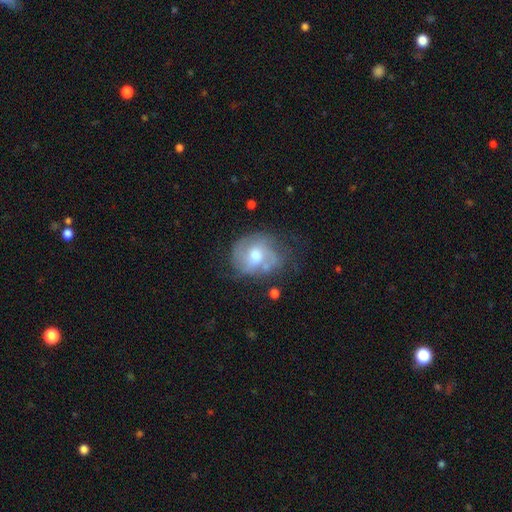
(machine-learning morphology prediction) Smooth or featured: featured or disk — 59% (smooth — 33%)
Edge-on disk: no — 97% (yes — 3%)
Bar: no — 64% (weak — 31%)
Spiral arms: yes — 68% (no — 32%)
Bulge size: moderate — 65% (large — 19%)
Merging: none — 49% (minor disturbance — 27%)